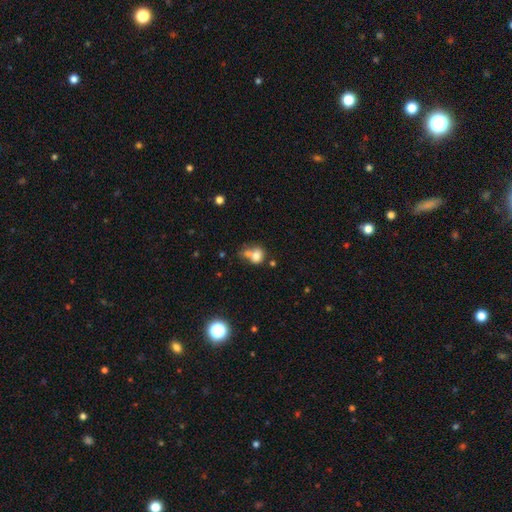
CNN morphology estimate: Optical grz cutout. It shows a smooth galaxy with no disk features (75%) that is round (50%). Merging: merger (43%).